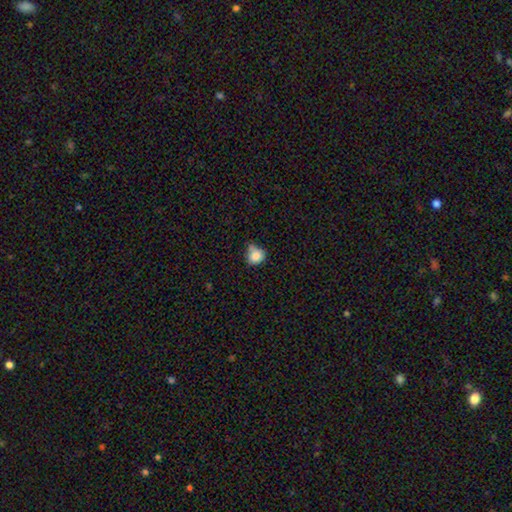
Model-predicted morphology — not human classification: A smooth galaxy with no disk features (83%) that is round (73%). Merging: none (44%).